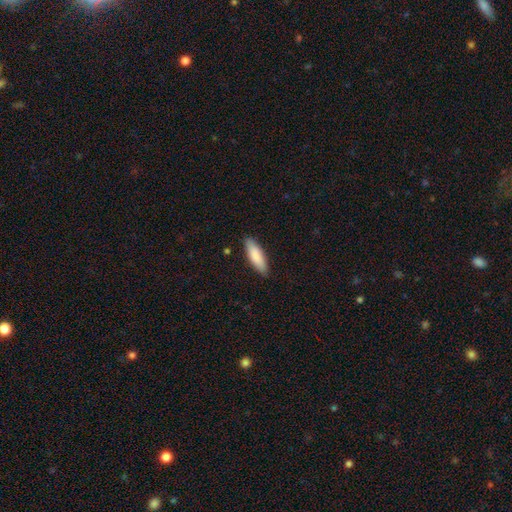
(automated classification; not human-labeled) This appears to be a smooth galaxy with no disk features (86%) that is in between round and cigar-shaped (51%). Merging: none (87%).